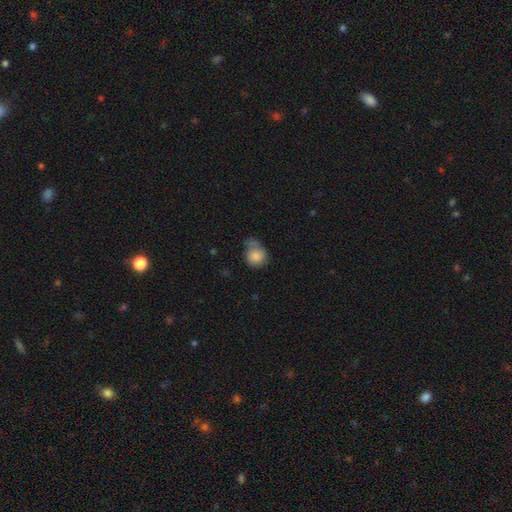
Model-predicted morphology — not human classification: The model was most divided on "merging": none: 39%, minor disturbance: 31%, major disturbance: 16%, merger: 13%. More confident: smooth or featured — smooth (83%); how rounded — round (74%).